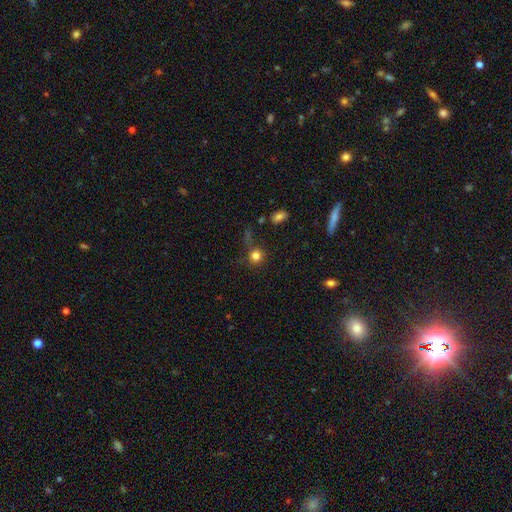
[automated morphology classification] Overall: smooth (81%). How rounded: round (91%). Merging: none (73%).